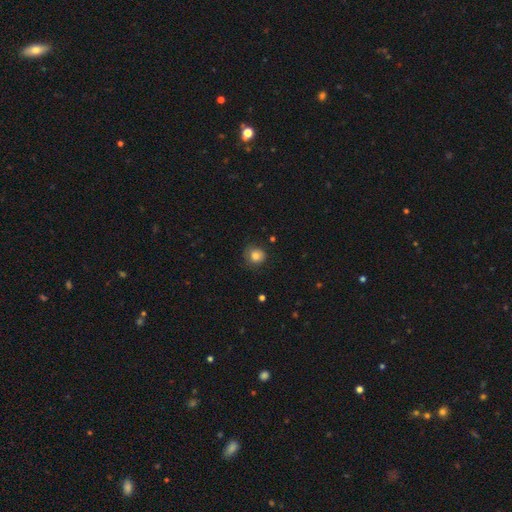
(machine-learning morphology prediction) Smooth or featured? Predicted: smooth (p=0.80). How rounded? Predicted: round (p=0.82). Merging? Predicted: none (p=0.69).